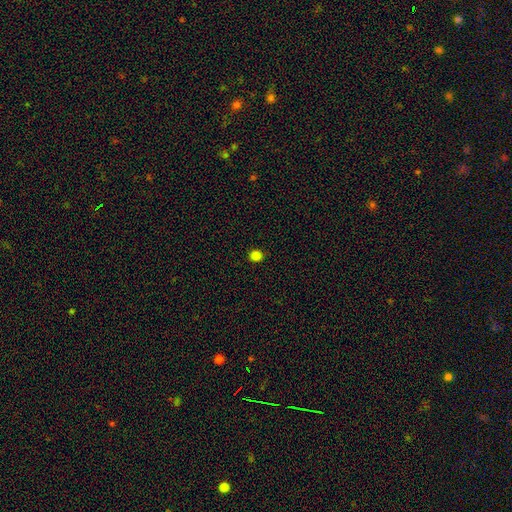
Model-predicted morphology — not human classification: This appears to be a smooth galaxy with no disk features (84%) that is round (88%). Merging: none (92%).